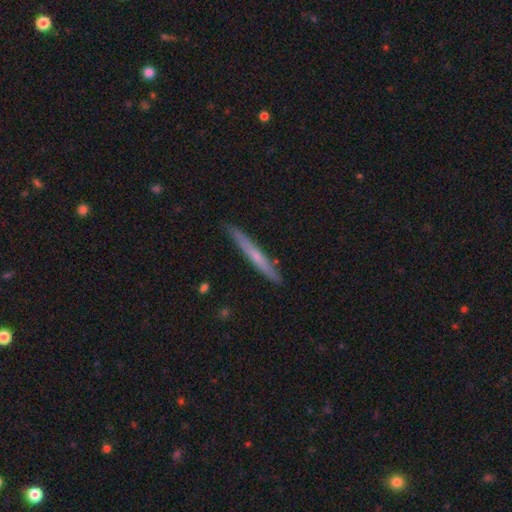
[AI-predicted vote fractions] Smooth or featured?
  - smooth: 48% *
  - featured or disk: 47%
  - star or artifact: 6%
Merging?
  - none: 89% *
  - minor disturbance: 8%
  - major disturbance: 1%
  - merger: 1%